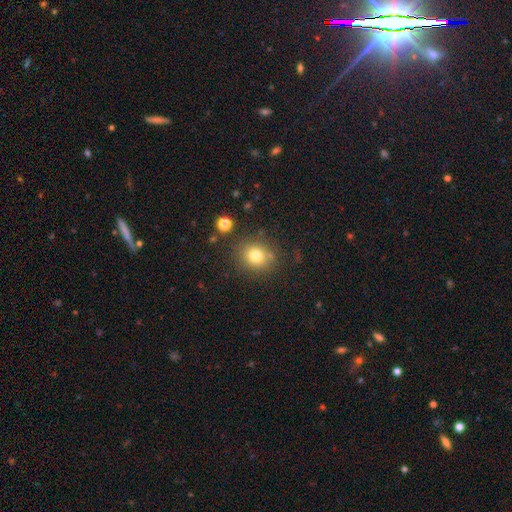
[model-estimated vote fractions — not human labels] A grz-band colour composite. It shows a smooth galaxy with no disk features (77%) that is round (79%). Merging: none (81%).